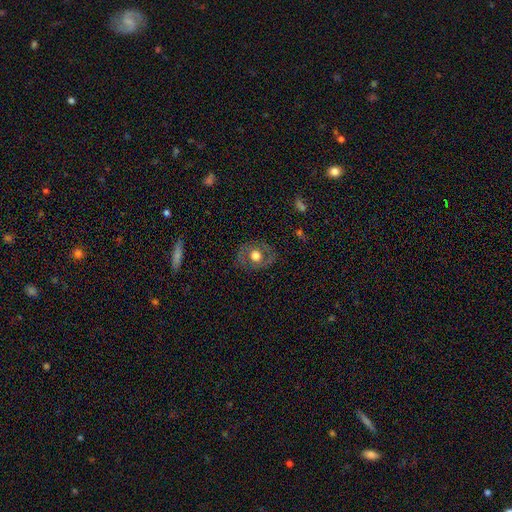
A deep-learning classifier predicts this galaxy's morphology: type=featured or disk (47%); merging=none (79%).